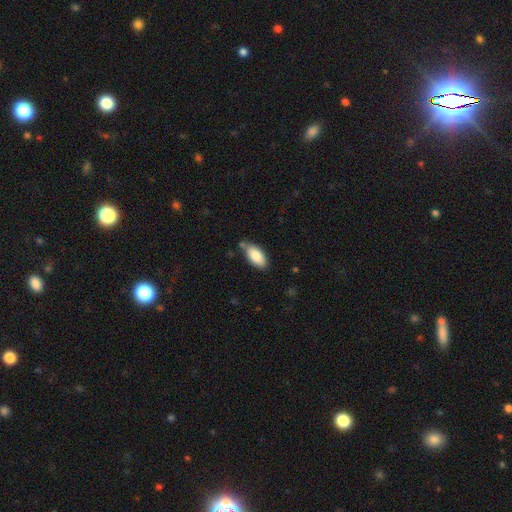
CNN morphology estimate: Smooth or featured? Predicted: smooth (p=0.86). How rounded? Predicted: in between (p=0.92). Merging? Predicted: none (p=0.72).